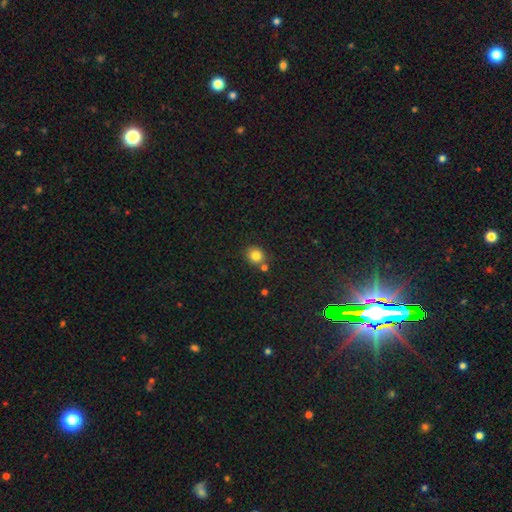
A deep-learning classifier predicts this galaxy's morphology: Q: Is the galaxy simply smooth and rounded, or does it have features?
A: smooth — 82%.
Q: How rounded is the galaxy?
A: round — 80%.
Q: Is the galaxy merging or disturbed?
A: none — 73%.